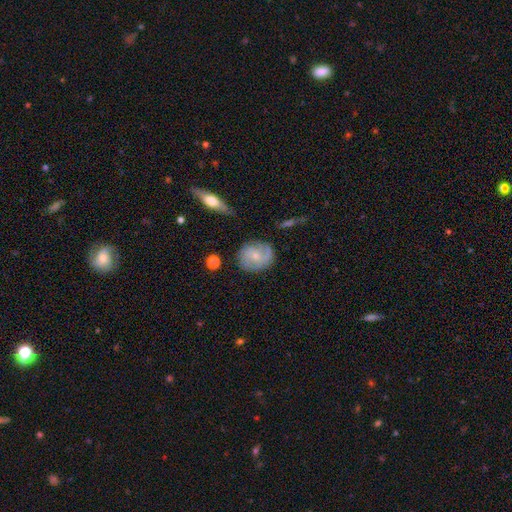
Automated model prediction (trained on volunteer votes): A featured or disk galaxy (67%) with no bar (58%), 2 (66%) medium (44%) spiral arms (91%) and a small central bulge (64%).

Vote fractions:
- Smooth or featured? featured or disk: 67% / smooth: 27% / star or artifact: 6%
- Edge-on disk? no: 96% / yes: 4%
- Bar? no: 58% / weak: 36% / strong: 6%
- Spiral arms? yes: 91% / no: 9%
- Spiral winding? medium: 44% / tight: 37% / loose: 19%
- Spiral arm count? 2: 66% / can't tell: 15% / 3: 11% / 1: 3% / 4: 3% / more than 4: 2%
- Bulge size? small: 64% / moderate: 29% / none: 4% / large: 1% / dominant: 1%
- Merging? none: 75% / minor disturbance: 18% / major disturbance: 5% / merger: 2%